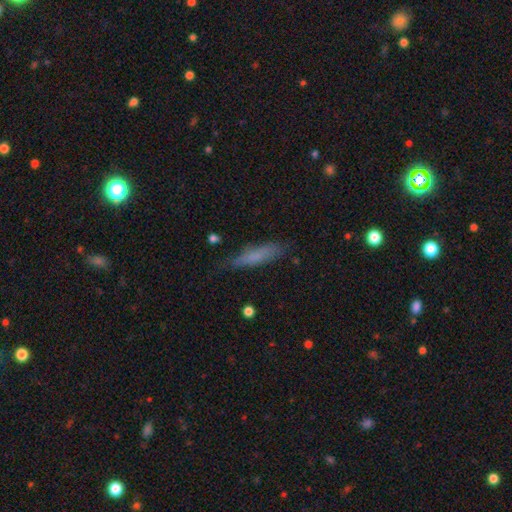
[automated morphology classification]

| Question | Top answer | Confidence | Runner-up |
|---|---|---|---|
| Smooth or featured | smooth | 71% | featured or disk (21%) |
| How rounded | cigar-shaped | 82% | in between (17%) |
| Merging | none | 75% | minor disturbance (18%) |